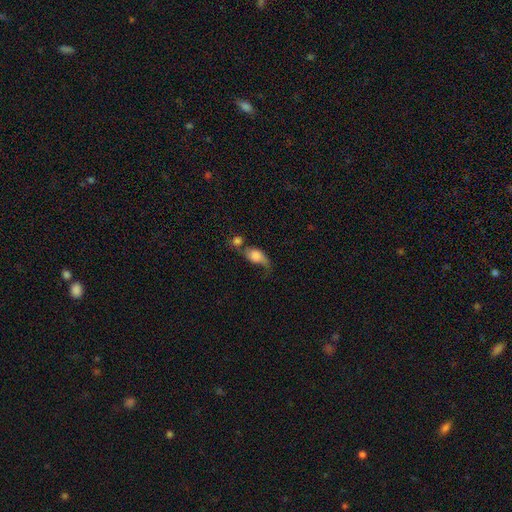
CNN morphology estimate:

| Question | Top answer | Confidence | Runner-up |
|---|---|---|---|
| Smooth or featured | smooth | 60% | featured or disk (31%) |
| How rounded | in between | 73% | round (22%) |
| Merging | merger | 36% | major disturbance (23%) |